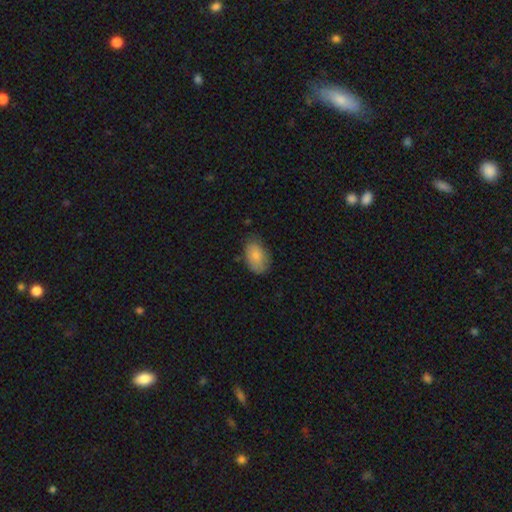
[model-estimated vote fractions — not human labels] smooth 82%, featured or disk 11%, star or artifact 7%. Down the decision tree: how rounded — in between (90%); merging — none (72%).